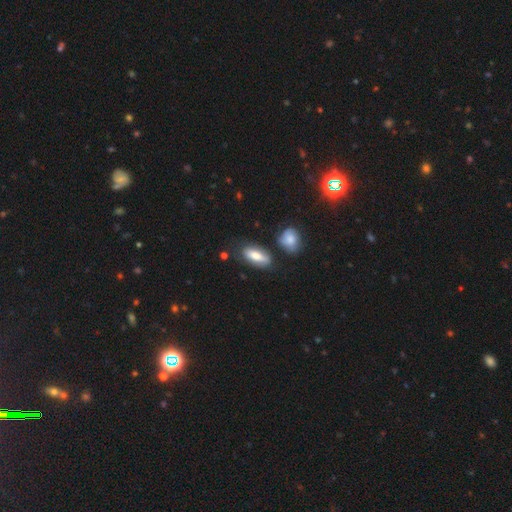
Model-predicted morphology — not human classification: Smooth or featured?
  - smooth: 74% *
  - featured or disk: 19%
  - star or artifact: 6%
How rounded?
  - in between: 76% *
  - cigar-shaped: 21%
  - round: 3%
Merging?
  - none: 68% *
  - minor disturbance: 19%
  - merger: 7%
  - major disturbance: 5%